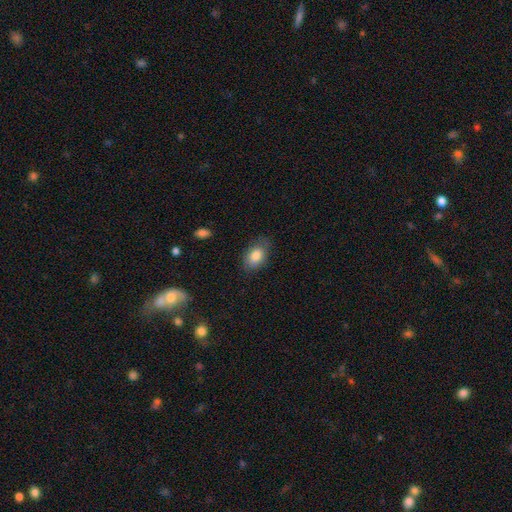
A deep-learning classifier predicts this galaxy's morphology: The model was most divided on "merging": none: 74%, minor disturbance: 20%, major disturbance: 5%, merger: 1%. More confident: how rounded — in between (85%); smooth or featured — smooth (83%).